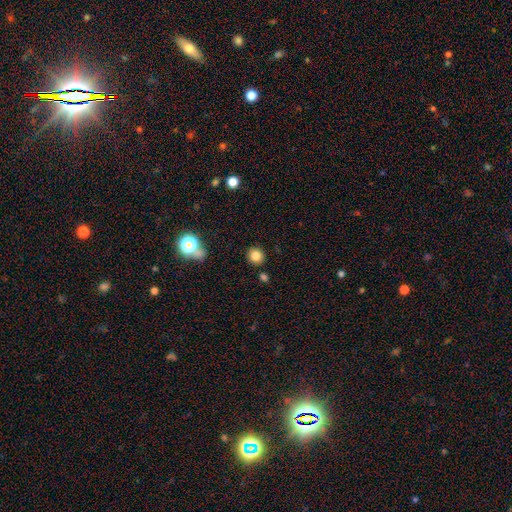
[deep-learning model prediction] Smooth or featured? Predicted: smooth (p=0.81). How rounded? Predicted: round (p=0.86). Merging? Predicted: none (p=0.87).